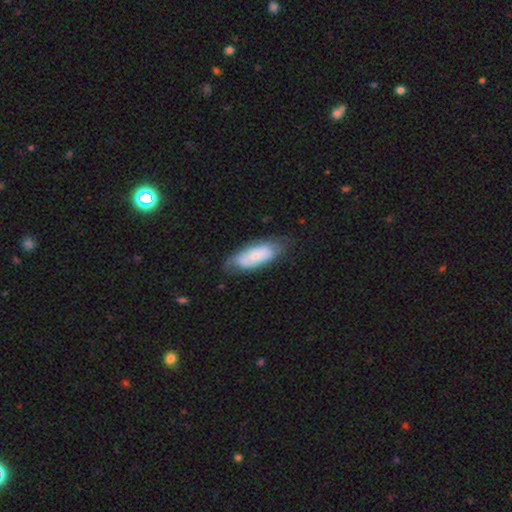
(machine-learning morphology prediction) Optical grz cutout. It shows a smooth galaxy with no disk features (57%) that is in between round and cigar-shaped (81%). Merging: none (63%).